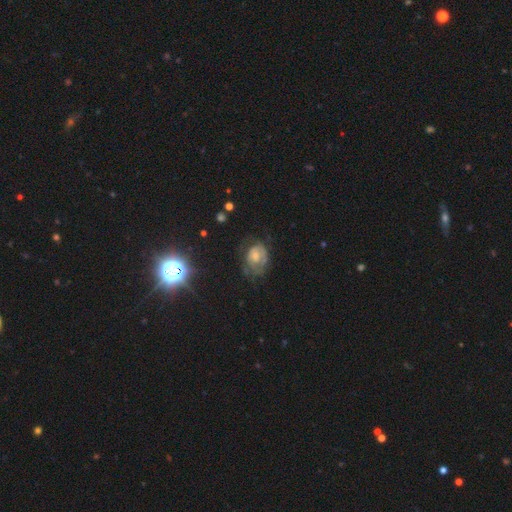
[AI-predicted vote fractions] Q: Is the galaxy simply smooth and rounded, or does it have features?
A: featured or disk — 48%.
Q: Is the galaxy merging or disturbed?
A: none — 46%.